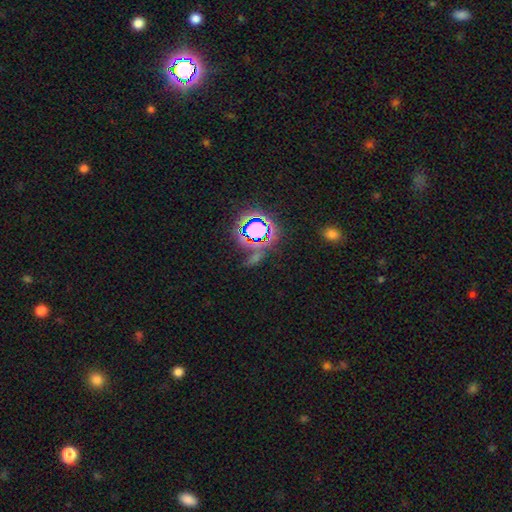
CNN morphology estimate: star or artifact 70%, smooth 19%, featured or disk 11%.